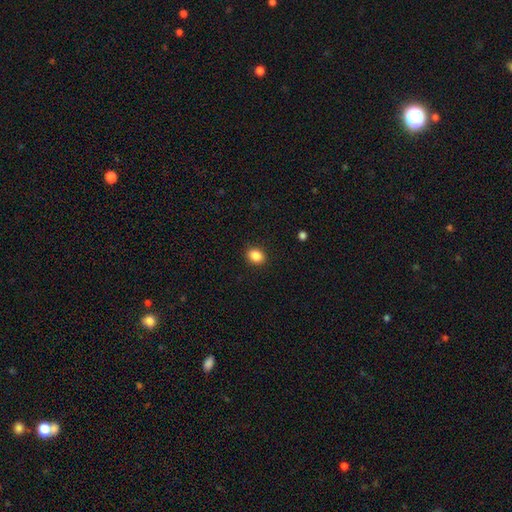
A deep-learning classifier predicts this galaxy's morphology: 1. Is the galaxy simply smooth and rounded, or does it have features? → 88% smooth, 9% star or artifact, 3% featured or disk.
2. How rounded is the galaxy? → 57% in between, 42% round, 1% cigar-shaped.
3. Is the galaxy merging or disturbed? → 90% none, 7% minor disturbance, 2% major disturbance, 1% merger.